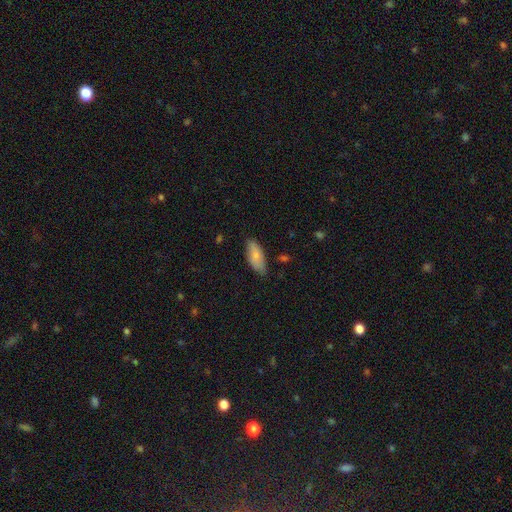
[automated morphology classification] A smooth galaxy with no disk features (77%) that is in between round and cigar-shaped (84%).

Vote fractions:
- Smooth or featured? smooth: 77% / featured or disk: 16% / star or artifact: 6%
- How rounded? in between: 84% / cigar-shaped: 14% / round: 2%
- Merging? none: 77% / minor disturbance: 19% / major disturbance: 3% / merger: 1%